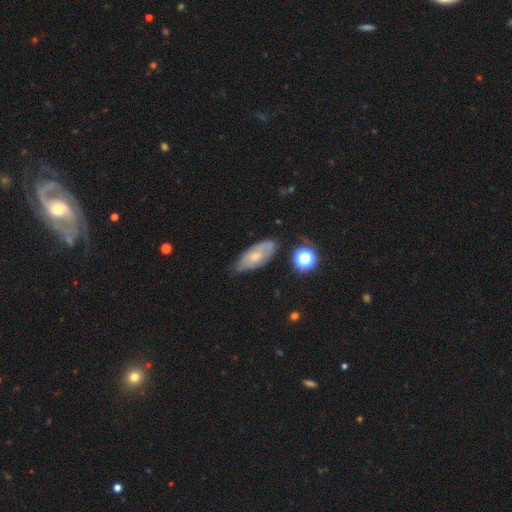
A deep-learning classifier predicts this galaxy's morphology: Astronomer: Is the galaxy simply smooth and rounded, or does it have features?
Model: smooth — 48% (runner-up: featured or disk, 42%).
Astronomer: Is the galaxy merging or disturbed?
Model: none — 60%.